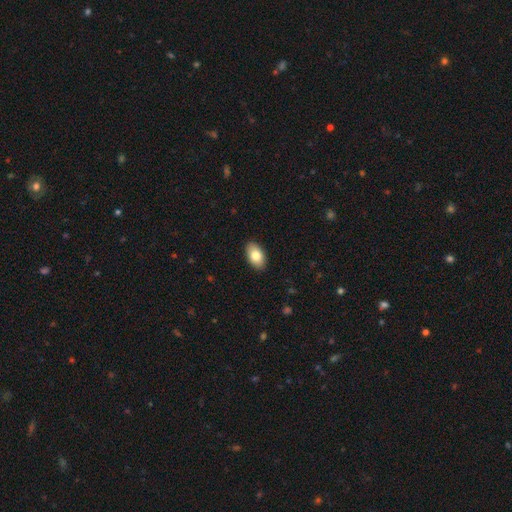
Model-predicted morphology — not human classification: This appears to be a smooth galaxy with no disk features (81%) that is in between round and cigar-shaped (93%). Merging: none (89%).